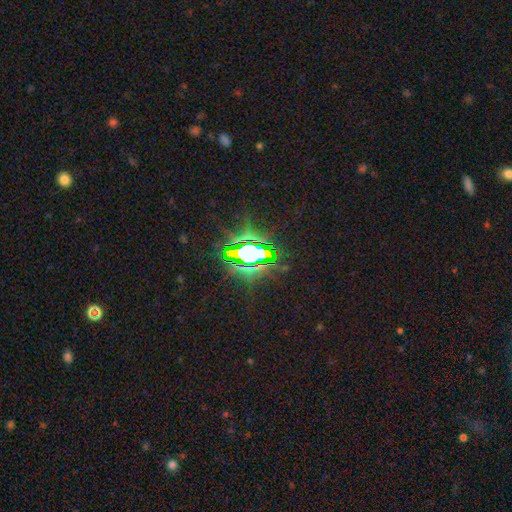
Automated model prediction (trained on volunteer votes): This appears to be a star or artifact, not a galaxy (79%).